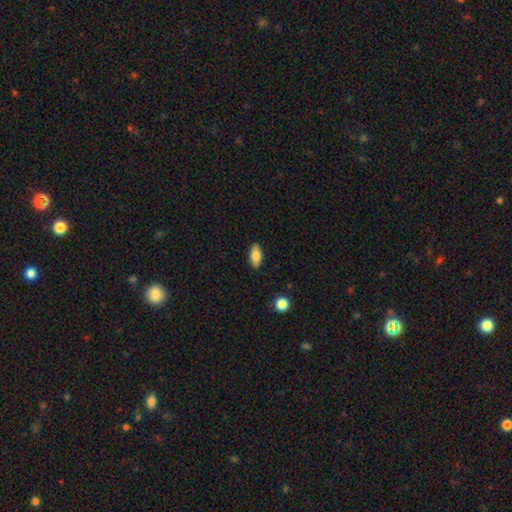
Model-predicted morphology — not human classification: Smooth or featured: smooth — 80% (featured or disk — 13%)
How rounded: in between — 85% (cigar-shaped — 12%)
Merging: none — 88% (minor disturbance — 9%)